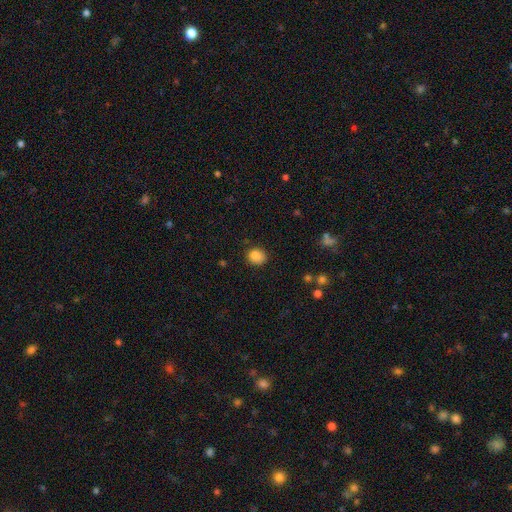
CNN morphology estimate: This is clearly a smooth galaxy (85%). How rounded: likely round (71%). Merging: clearly none (81%).